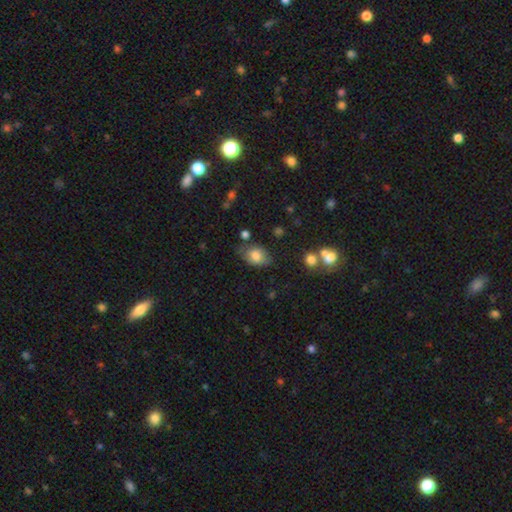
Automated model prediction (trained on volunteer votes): Smooth or featured? Predicted: smooth (p=0.80). How rounded? Predicted: in between (p=0.80). Merging? Predicted: none (p=0.65).